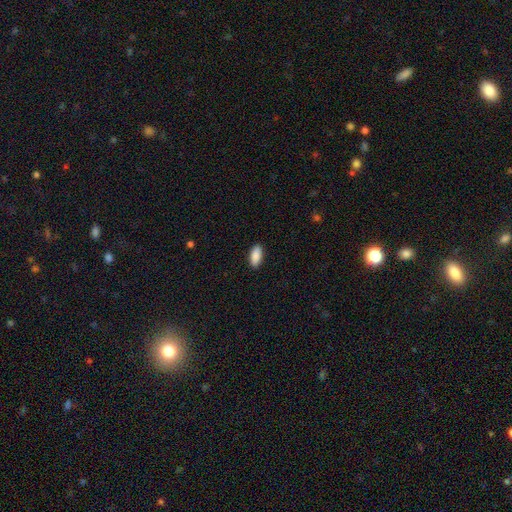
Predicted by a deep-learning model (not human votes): smooth 90%, star or artifact 6%, featured or disk 4%. Down the decision tree: how rounded — in between (89%); merging — none (90%).